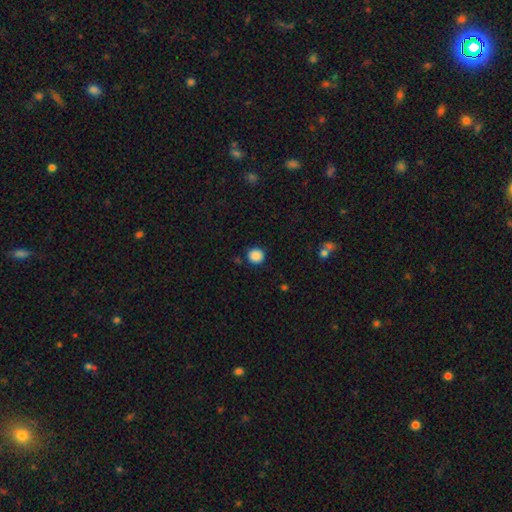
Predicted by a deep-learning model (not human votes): Q: Smooth or featured?
A: smooth (88%); runner-up: star or artifact (10%)
Q: How rounded?
A: round (93%); runner-up: in between (6%)
Q: Merging?
A: none (89%); runner-up: minor disturbance (7%)